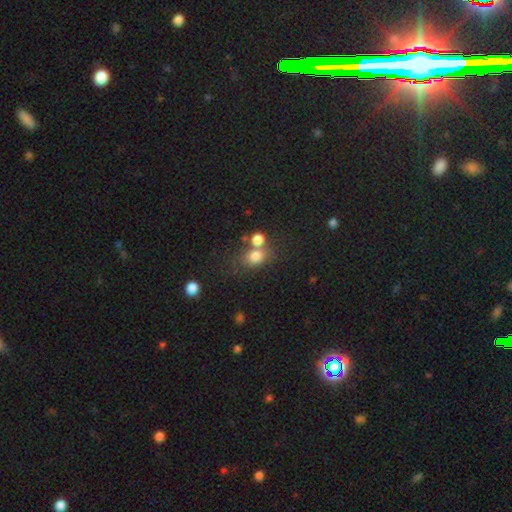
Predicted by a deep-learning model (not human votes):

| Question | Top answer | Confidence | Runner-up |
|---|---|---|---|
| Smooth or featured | smooth | 78% | star or artifact (13%) |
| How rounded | round | 55% | in between (43%) |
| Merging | none | 48% | merger (35%) |